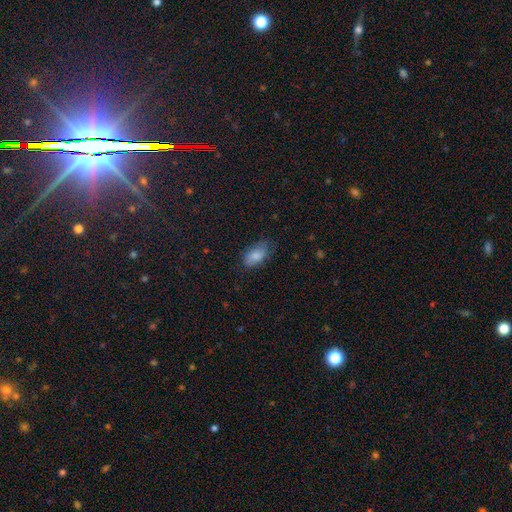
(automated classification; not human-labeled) A smooth galaxy with no disk features (82%) that is in between round and cigar-shaped (92%).

Vote fractions:
- Smooth or featured? smooth: 82% / featured or disk: 10% / star or artifact: 8%
- How rounded? in between: 92% / round: 5% / cigar-shaped: 3%
- Merging? none: 64% / minor disturbance: 27% / major disturbance: 8% / merger: 1%